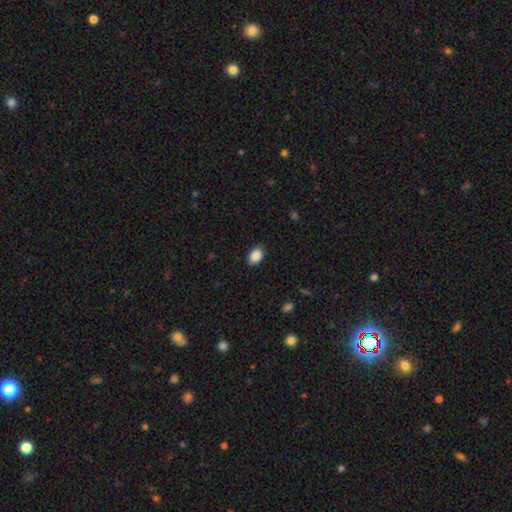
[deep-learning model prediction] A smooth galaxy with no disk features (89%) that is in between round and cigar-shaped (86%).

Vote fractions:
- Smooth or featured? smooth: 89% / star or artifact: 7% / featured or disk: 3%
- How rounded? in between: 86% / round: 13% / cigar-shaped: 1%
- Merging? none: 88% / minor disturbance: 9% / major disturbance: 2% / merger: 1%